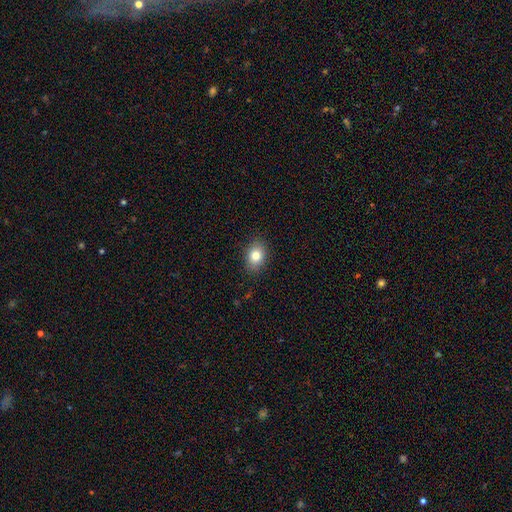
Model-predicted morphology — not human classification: This appears to be a smooth galaxy with no disk features (81%) that is in between round and cigar-shaped (70%). Merging: none (88%).